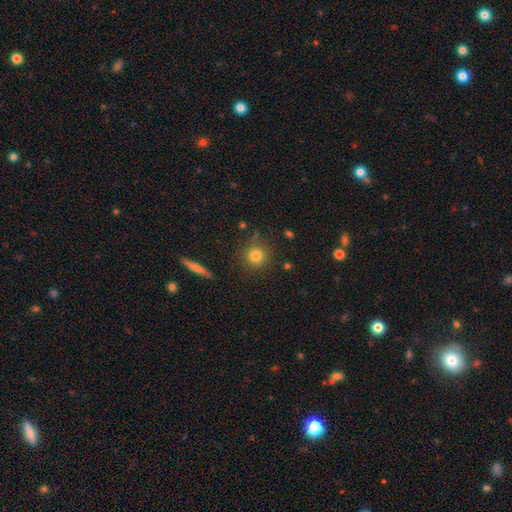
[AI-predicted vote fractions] smooth-or-featured: smooth: 80% | star or artifact: 12% | featured or disk: 9%
  how-rounded: round: 92% | in between: 6% | cigar-shaped: 1%
  merging: none: 84% | minor disturbance: 10% | merger: 3% | major disturbance: 3%